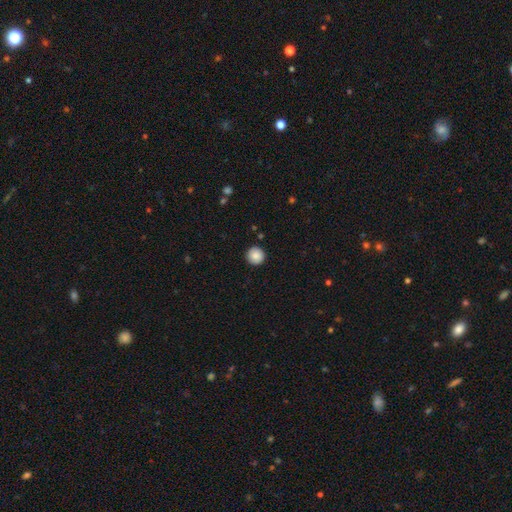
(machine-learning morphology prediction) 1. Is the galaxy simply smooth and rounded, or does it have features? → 88% smooth, 8% star or artifact, 5% featured or disk.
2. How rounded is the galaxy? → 95% round, 4% in between, 1% cigar-shaped.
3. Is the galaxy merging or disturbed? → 91% none, 6% minor disturbance, 2% major disturbance, 1% merger.